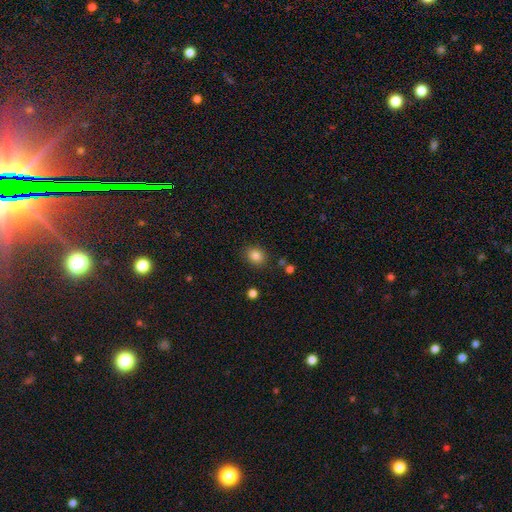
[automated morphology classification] Overall: smooth (84%). How rounded: round (54%; in between 45%). Merging: none (85%).